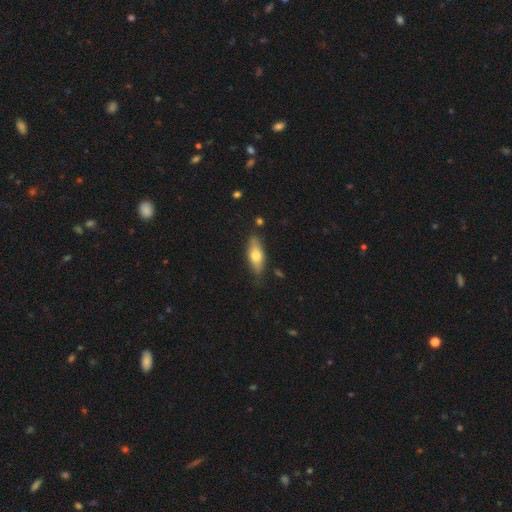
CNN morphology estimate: A smooth galaxy with no disk features (68%) that is in between round and cigar-shaped (70%). Merging: none (80%).